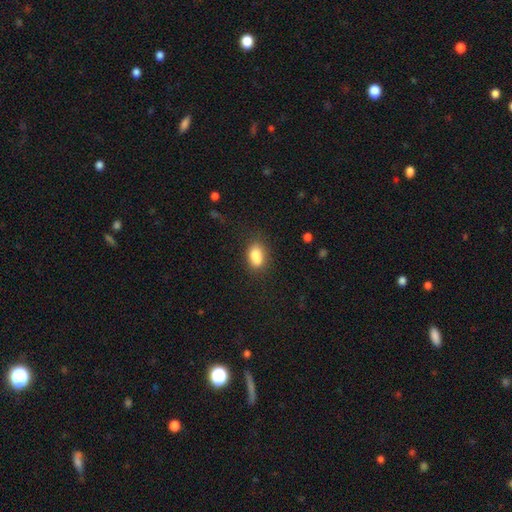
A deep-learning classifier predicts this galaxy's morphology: Smooth or featured: smooth — 80% (featured or disk — 11%)
How rounded: in between — 80% (round — 17%)
Merging: none — 54% (minor disturbance — 20%)